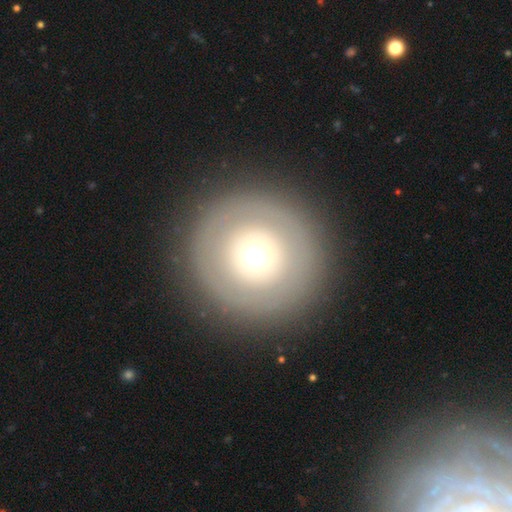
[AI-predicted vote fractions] A smooth galaxy with no disk features (51%) that is round (95%). Merging: none (88%).